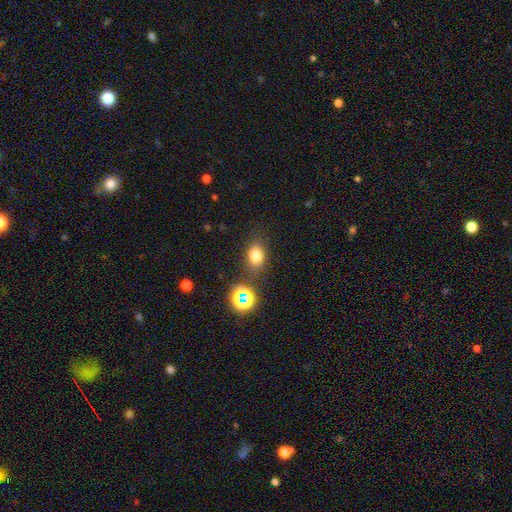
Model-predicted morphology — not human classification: smooth-or-featured: smooth: 76% | star or artifact: 16% | featured or disk: 8%
  how-rounded: in between: 66% | round: 33% | cigar-shaped: 1%
  merging: none: 76% | minor disturbance: 14% | merger: 5% | major disturbance: 5%